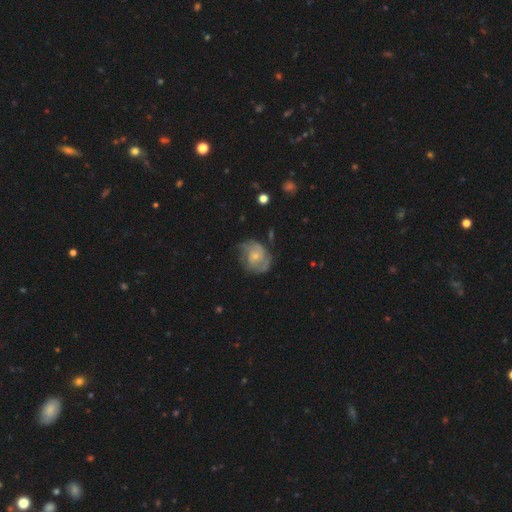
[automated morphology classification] type=featured or disk (72%); edge-on=no (98%); bar=no (71%); spiral arms=yes (87%); winding=tight (43%); arm count=2 (49%); bulge=small (69%); merging=none (57%).